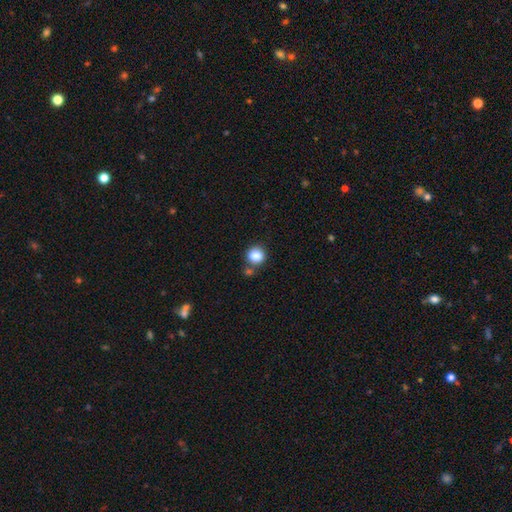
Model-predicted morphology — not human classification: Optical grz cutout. It shows a smooth galaxy with no disk features (86%) that is round (83%). Merging: none (68%).